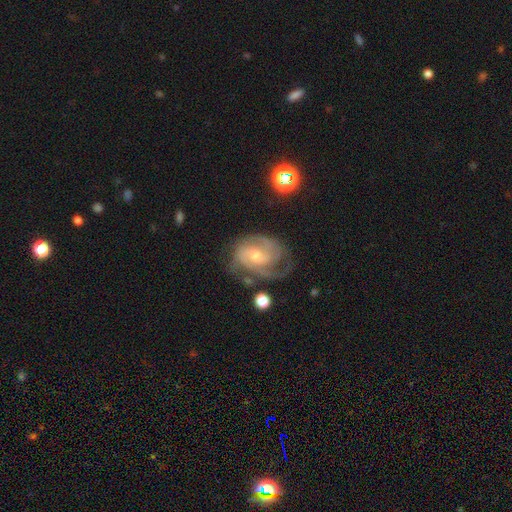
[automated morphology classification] Smooth or featured: featured or disk — 84% (smooth — 10%)
Edge-on disk: no — 97% (yes — 3%)
Bar: no — 52% (weak — 41%)
Spiral arms: yes — 95% (no — 5%)
Spiral winding: tight — 48% (medium — 41%)
Spiral arm count: 2 — 32% (3 — 29%)
Bulge size: small — 49% (moderate — 45%)
Merging: none — 54% (minor disturbance — 24%)